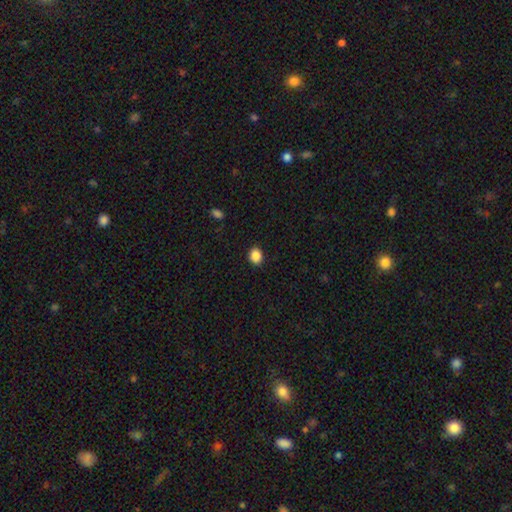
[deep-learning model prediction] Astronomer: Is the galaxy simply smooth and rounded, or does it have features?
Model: smooth — 88%.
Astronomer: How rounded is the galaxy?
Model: round — 55% (runner-up: in between, 44%).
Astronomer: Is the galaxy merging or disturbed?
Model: none — 90%.